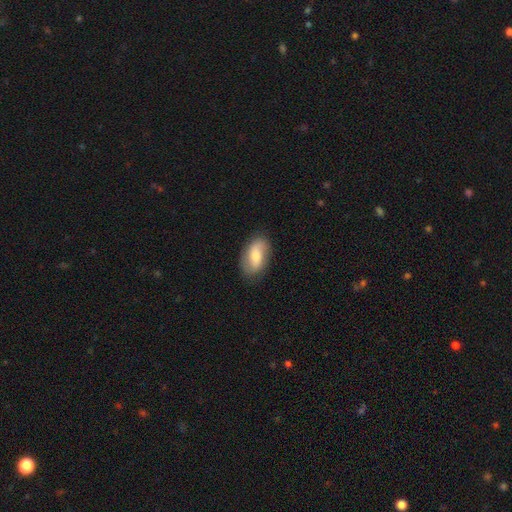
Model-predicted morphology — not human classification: smooth-or-featured: smooth: 57% | featured or disk: 37% | star or artifact: 6%
  how-rounded: in between: 91% | round: 6% | cigar-shaped: 3%
  merging: none: 82% | minor disturbance: 14% | major disturbance: 4% | merger: 1%